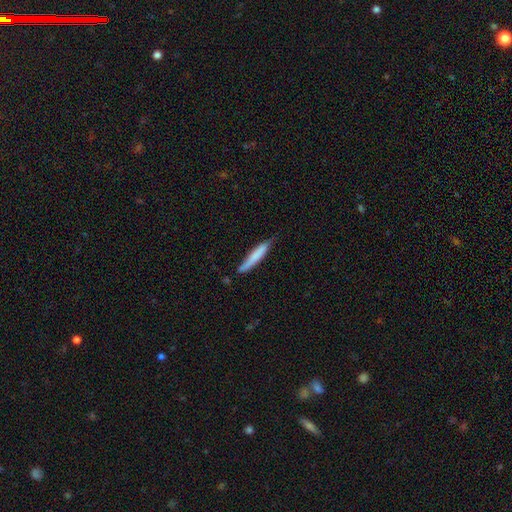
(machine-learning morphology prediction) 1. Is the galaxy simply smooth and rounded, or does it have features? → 74% smooth, 21% featured or disk, 5% star or artifact.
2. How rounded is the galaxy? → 92% cigar-shaped, 7% in between, 1% round.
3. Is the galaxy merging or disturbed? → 67% none, 26% minor disturbance, 4% major disturbance, 3% merger.